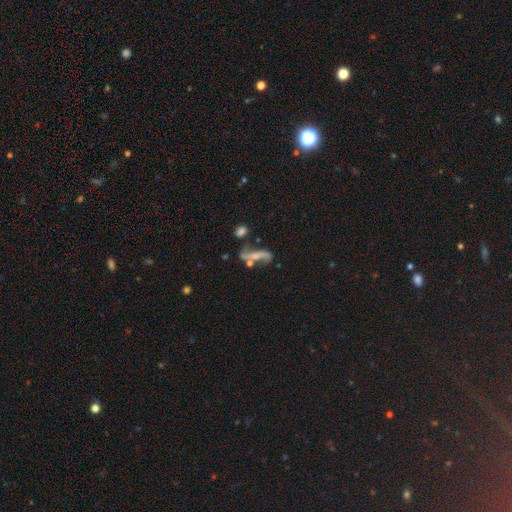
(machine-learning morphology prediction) smooth_or_featured: featured or disk (p=0.58) [alt: smooth p=0.32]
disk_edge_on: no (p=0.82) [alt: yes p=0.18]
merging: none (p=0.40) [alt: merger p=0.24]